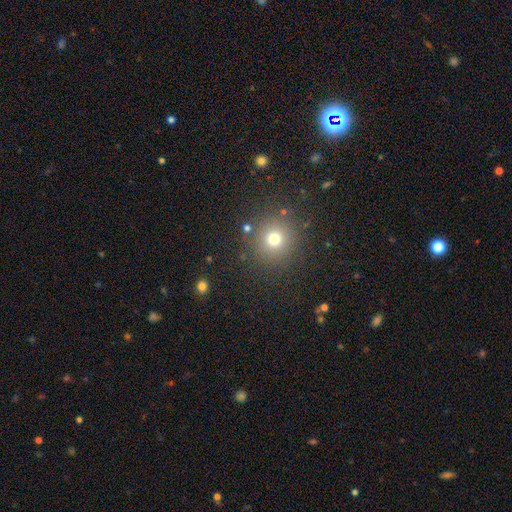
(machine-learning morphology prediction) smooth 58%, star or artifact 34%, featured or disk 7%. Down the decision tree: how rounded — round (94%); merging — none (89%).